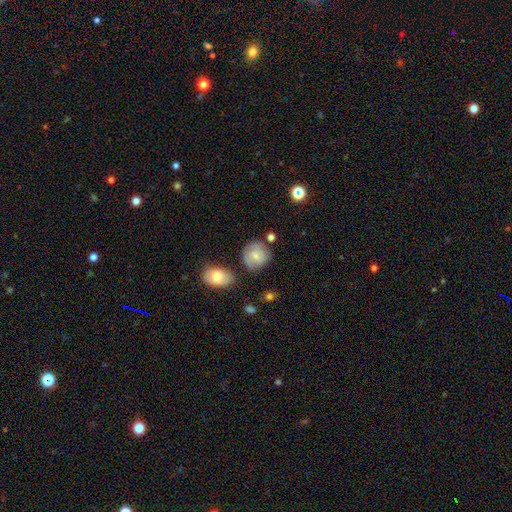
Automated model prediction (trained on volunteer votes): The model was most divided on "smooth or featured": smooth: 64%, featured or disk: 28%, star or artifact: 8%. More confident: how rounded — round (78%); merging — none (62%).